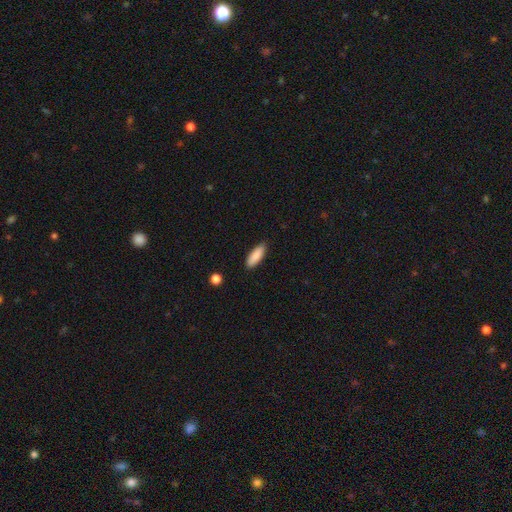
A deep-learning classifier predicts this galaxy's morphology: Smooth or featured: smooth — 88% (featured or disk — 6%)
How rounded: in between — 58% (cigar-shaped — 41%)
Merging: none — 87% (minor disturbance — 10%)